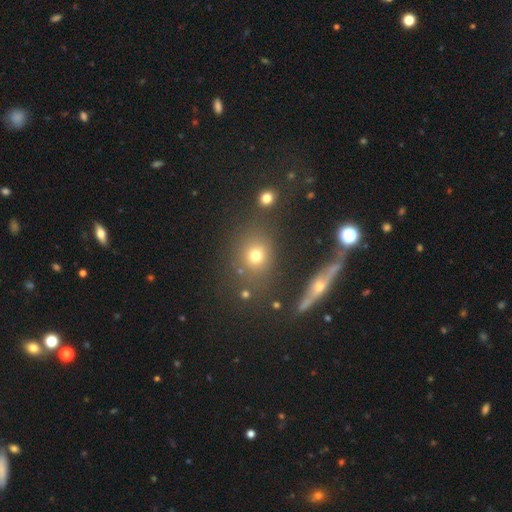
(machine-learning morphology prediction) Q: Smooth or featured?
A: smooth (71%); runner-up: star or artifact (17%)
Q: How rounded?
A: round (69%); runner-up: in between (29%)
Q: Merging?
A: none (73%); runner-up: minor disturbance (12%)